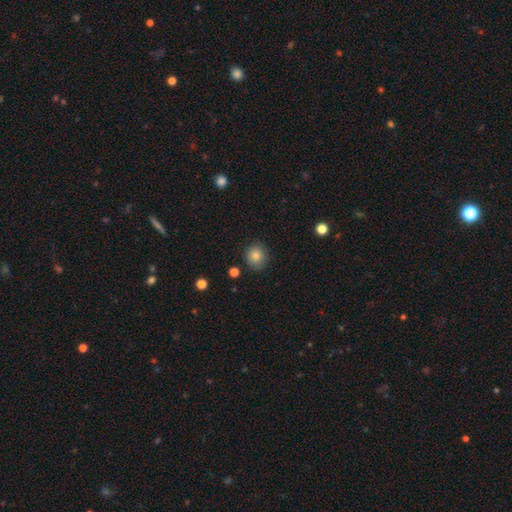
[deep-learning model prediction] This appears to be a smooth galaxy with no disk features (82%) that is round (85%). Merging: none (87%).